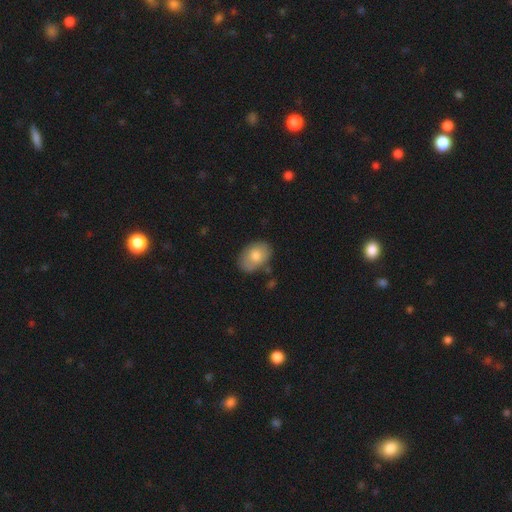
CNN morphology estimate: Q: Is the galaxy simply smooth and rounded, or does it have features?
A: smooth — 74%.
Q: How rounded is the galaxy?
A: in between — 85%.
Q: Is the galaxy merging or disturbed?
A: none — 74%.